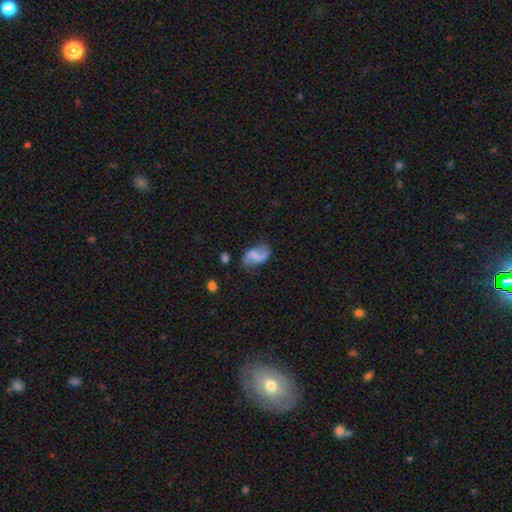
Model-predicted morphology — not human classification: This appears to be a featured or disk galaxy (69%) with a weak bar (41%), 2 (89%) loose (74%) spiral arms (90%) and no central bulge (67%). Merging: none (63%).